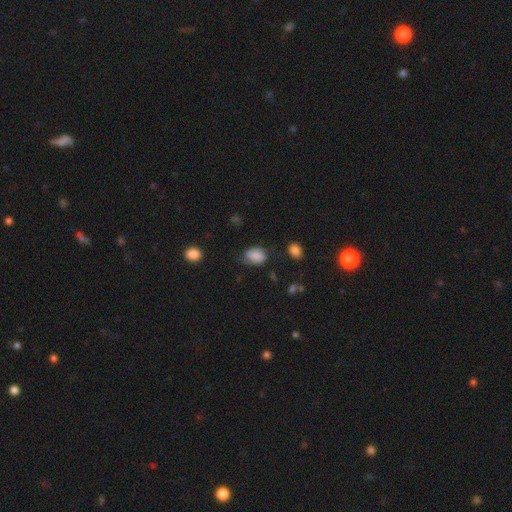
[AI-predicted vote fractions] Smooth or featured: smooth — 73% (featured or disk — 18%)
How rounded: in between — 72% (round — 27%)
Merging: none — 57% (minor disturbance — 30%)